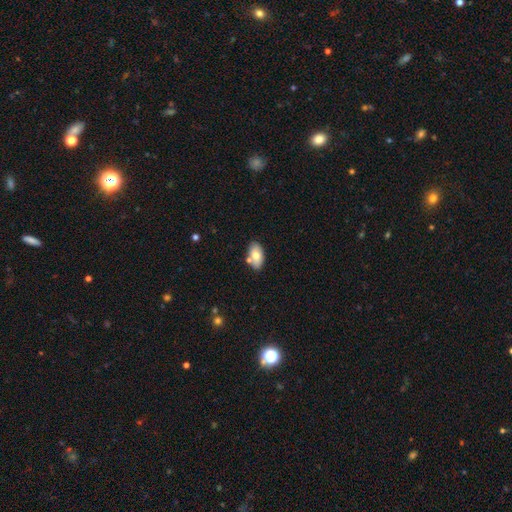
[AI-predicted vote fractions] Smooth or featured? Predicted: smooth (p=0.72). How rounded? Predicted: in between (p=0.93). Merging? Predicted: none (p=0.71).